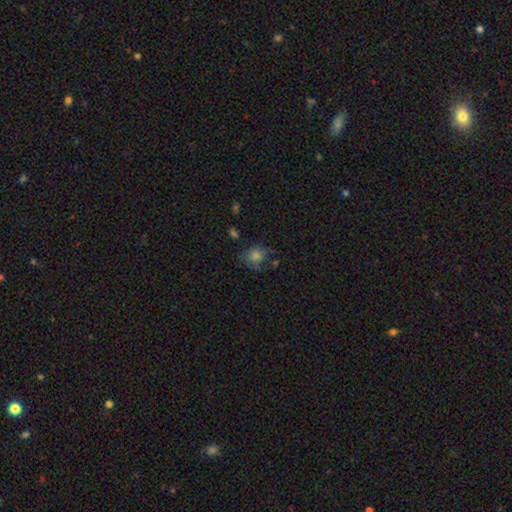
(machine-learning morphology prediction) type=smooth (72%); roundness=round (77%); merging=none (59%).